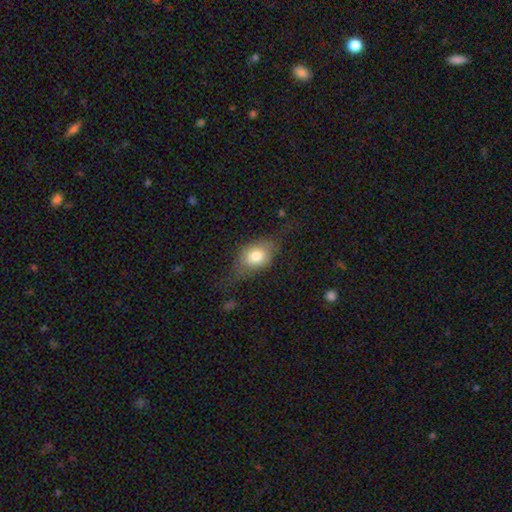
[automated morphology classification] A smooth galaxy with no disk features (68%) that is in between round and cigar-shaped (65%). Merging: none (48%).